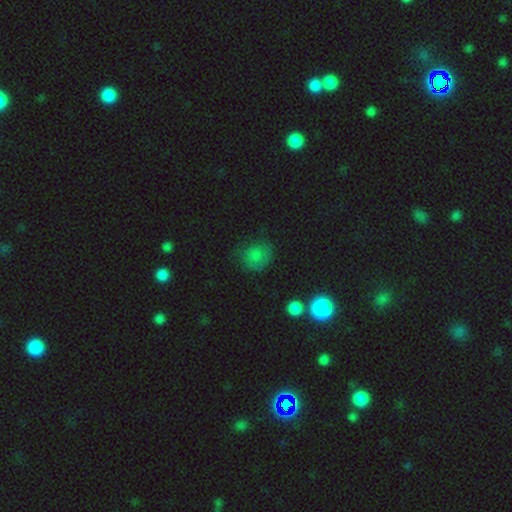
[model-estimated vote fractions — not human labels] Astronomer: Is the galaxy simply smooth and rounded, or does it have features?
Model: smooth — 72%.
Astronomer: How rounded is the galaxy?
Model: round — 76%.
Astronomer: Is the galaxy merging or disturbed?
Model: none — 61%.